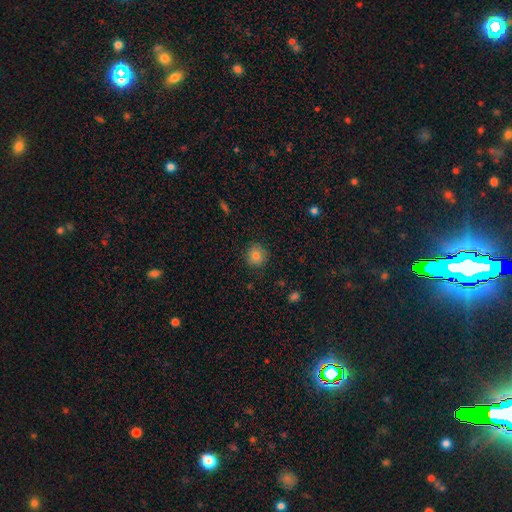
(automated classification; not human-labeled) The model was most divided on "smooth or featured": smooth: 80%, star or artifact: 11%, featured or disk: 9%. More confident: how rounded — round (91%); merging — none (88%).